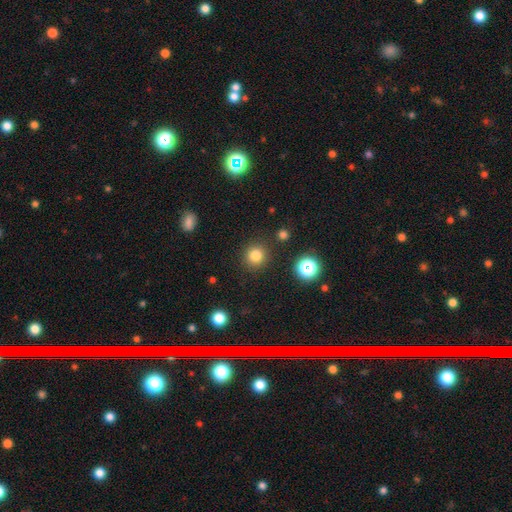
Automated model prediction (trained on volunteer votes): Smooth or featured? Predicted: smooth (p=0.80). How rounded? Predicted: round (p=0.92). Merging? Predicted: none (p=0.88).